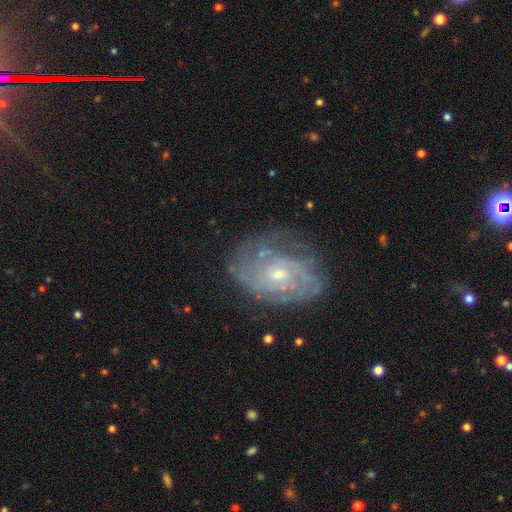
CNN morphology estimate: A featured or disk galaxy (70%) with no bar (71%), tight (61%) spiral arms (91%) and a small central bulge (63%). Merging: none (76%).